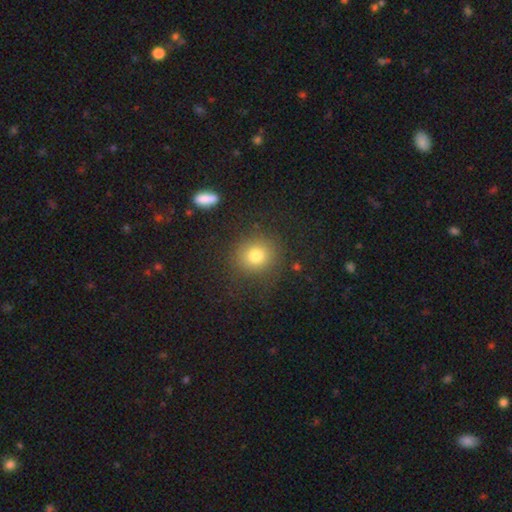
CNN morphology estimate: smooth-or-featured: smooth: 77% | star or artifact: 14% | featured or disk: 9%
  how-rounded: round: 84% | in between: 15% | cigar-shaped: 1%
  merging: none: 83% | minor disturbance: 10% | major disturbance: 5% | merger: 2%